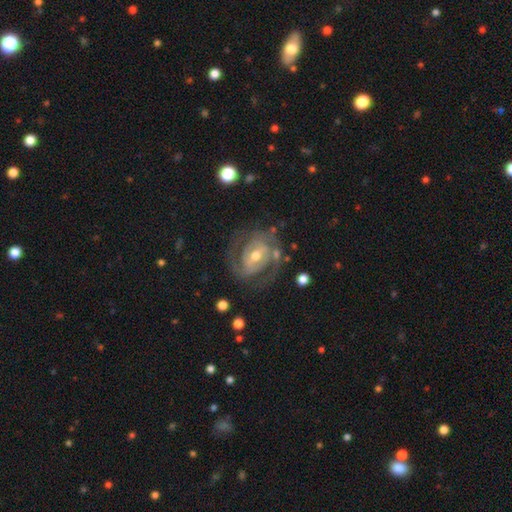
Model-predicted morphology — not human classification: A featured or disk galaxy (84%) with a weak bar (44%), 2 (66%) tight (48%) spiral arms (87%) and a moderate central bulge (64%).

Vote fractions:
- Smooth or featured? featured or disk: 84% / smooth: 10% / star or artifact: 5%
- Edge-on disk? no: 97% / yes: 3%
- Bar? weak: 44% / no: 30% / strong: 26%
- Spiral arms? yes: 87% / no: 13%
- Spiral winding? tight: 48% / medium: 40% / loose: 13%
- Spiral arm count? 2: 66% / can't tell: 17% / 3: 8% / 1: 5% / 4: 2% / more than 4: 2%
- Bulge size? moderate: 64% / small: 30% / large: 4% / none: 1% / dominant: 1%
- Merging? none: 67% / minor disturbance: 18% / major disturbance: 13% / merger: 3%